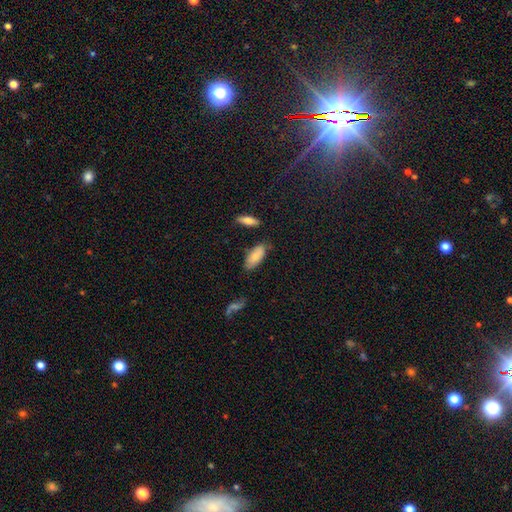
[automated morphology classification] A smooth galaxy with no disk features (81%) that is in between round and cigar-shaped (85%). Merging: none (72%).